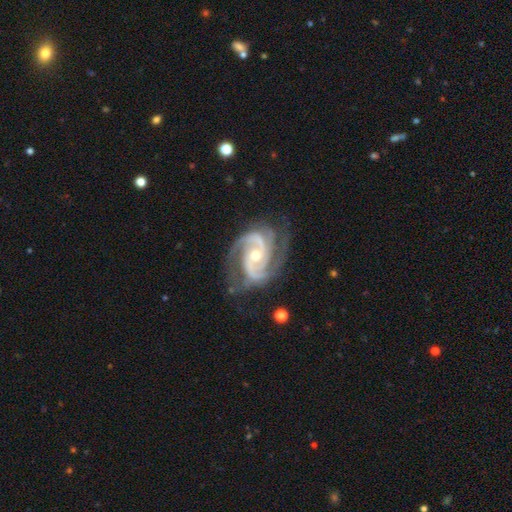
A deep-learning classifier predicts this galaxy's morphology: Overall: featured or disk (93%). Edge-on disk: no (98%). Bar: no (57%; weak 29%). Spiral arms: yes (99%). Spiral arm count: 2 (56%; 3 28%). Spiral winding: medium (49%; tight 42%). Bulge size: moderate (58%; small 38%). Merging: none (71%).